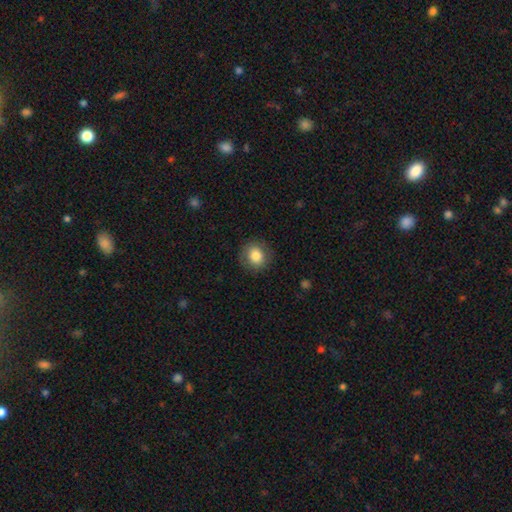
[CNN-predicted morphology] smooth-or-featured: smooth: 81% | featured or disk: 10% | star or artifact: 9%
  how-rounded: round: 86% | in between: 13% | cigar-shaped: 1%
  merging: none: 87% | minor disturbance: 9% | major disturbance: 3% | merger: 1%